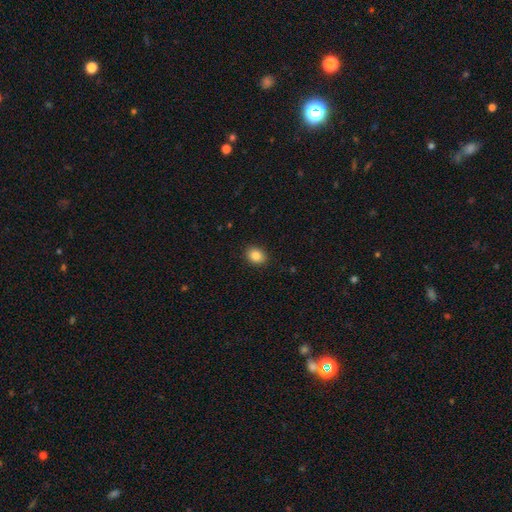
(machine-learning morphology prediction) smooth_or_featured: smooth (p=0.86) [alt: star or artifact p=0.09]
how_rounded: in between (p=0.58) [alt: round p=0.41]
merging: none (p=0.90) [alt: minor disturbance p=0.07]